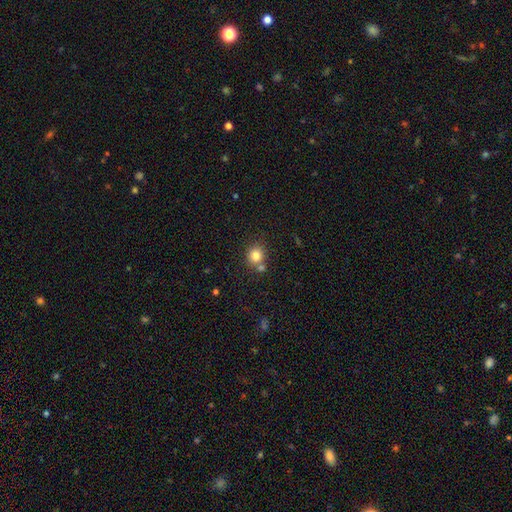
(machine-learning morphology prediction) type=smooth (81%); roundness=round (86%); merging=none (70%).